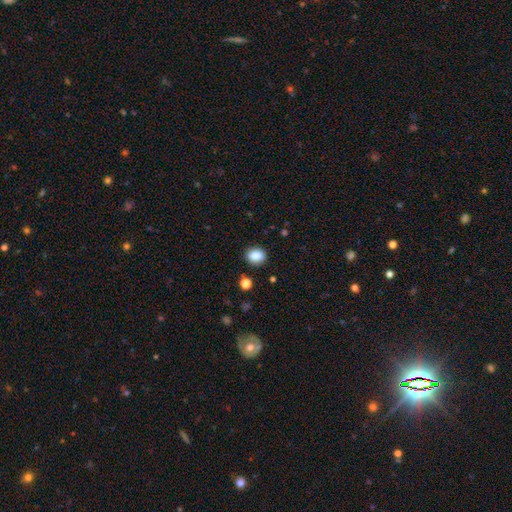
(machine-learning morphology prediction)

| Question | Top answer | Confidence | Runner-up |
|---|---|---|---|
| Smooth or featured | smooth | 87% | star or artifact (9%) |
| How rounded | round | 52% | in between (46%) |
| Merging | none | 86% | minor disturbance (9%) |